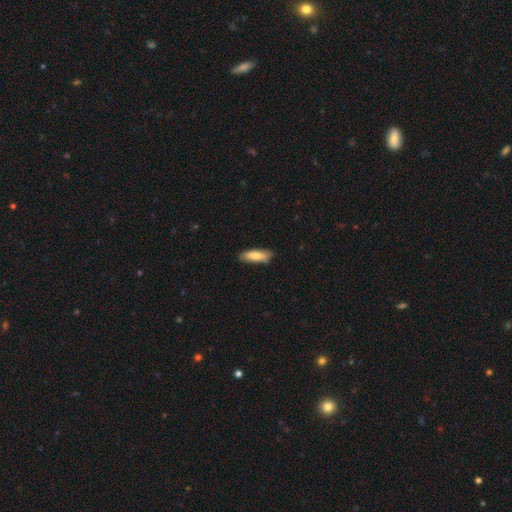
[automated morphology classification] smooth_or_featured: smooth (p=0.80) [alt: featured or disk p=0.14]
how_rounded: cigar-shaped (p=0.52) [alt: in between p=0.47]
merging: none (p=0.83) [alt: minor disturbance p=0.13]